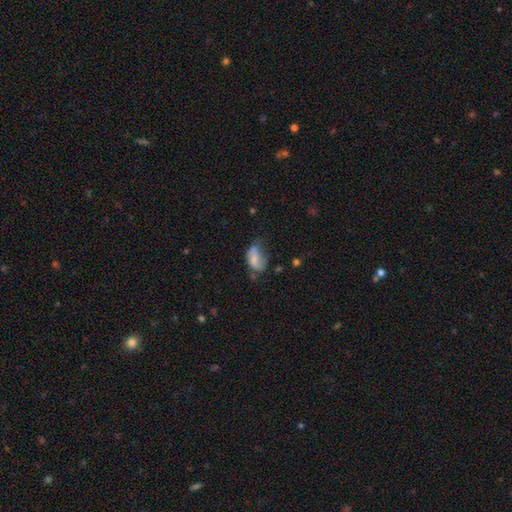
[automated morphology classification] A smooth galaxy with no disk features (60%) that is in between round and cigar-shaped (88%).

Vote fractions:
- Smooth or featured? smooth: 60% / featured or disk: 29% / star or artifact: 11%
- How rounded? in between: 88% / round: 8% / cigar-shaped: 4%
- Merging? minor disturbance: 35% / none: 33% / major disturbance: 26% / merger: 5%